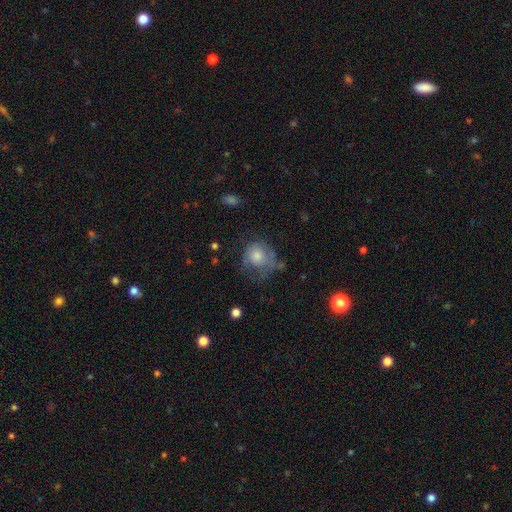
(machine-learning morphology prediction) This appears to be a smooth galaxy with no disk features (57%) that is round (77%). Merging: none (44%).